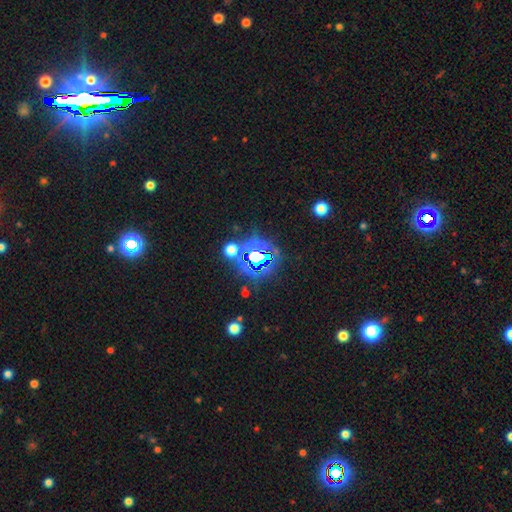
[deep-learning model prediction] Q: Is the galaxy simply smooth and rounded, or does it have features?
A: star or artifact — 74%.